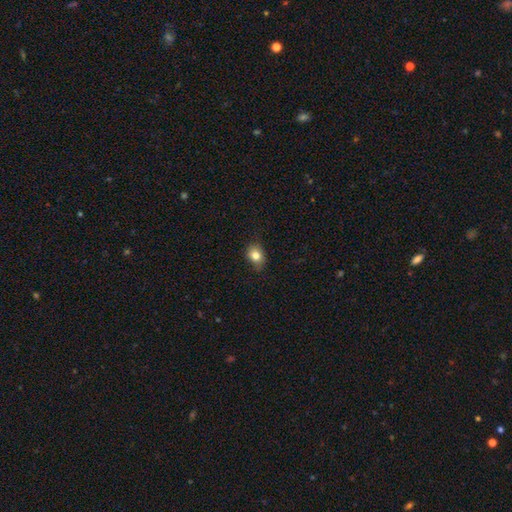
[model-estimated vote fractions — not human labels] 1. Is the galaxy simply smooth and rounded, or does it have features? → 80% smooth, 11% star or artifact, 9% featured or disk.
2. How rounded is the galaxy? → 55% in between, 43% round, 1% cigar-shaped.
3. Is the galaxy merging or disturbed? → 79% none, 17% minor disturbance, 3% major disturbance, 1% merger.